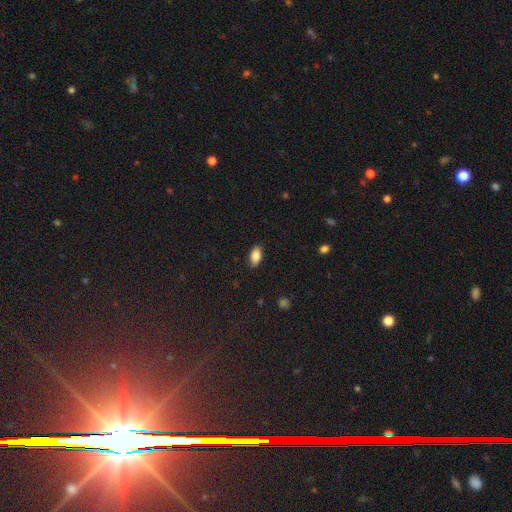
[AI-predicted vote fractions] Morphology: type=smooth (85%); roundness=in between (91%); merging=none (87%).